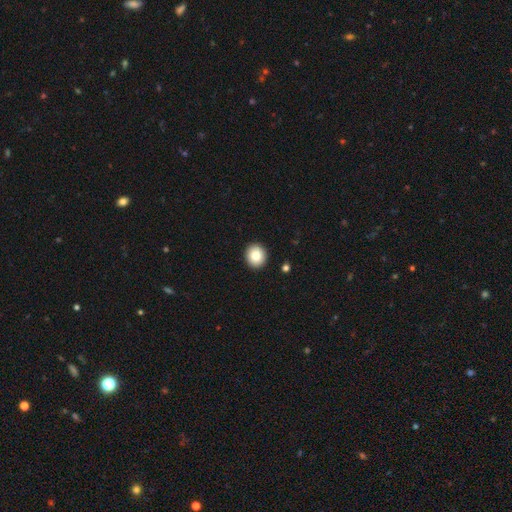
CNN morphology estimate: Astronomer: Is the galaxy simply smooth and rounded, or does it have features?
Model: smooth — 82%.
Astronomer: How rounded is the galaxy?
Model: round — 85%.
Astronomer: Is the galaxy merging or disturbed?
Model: none — 92%.